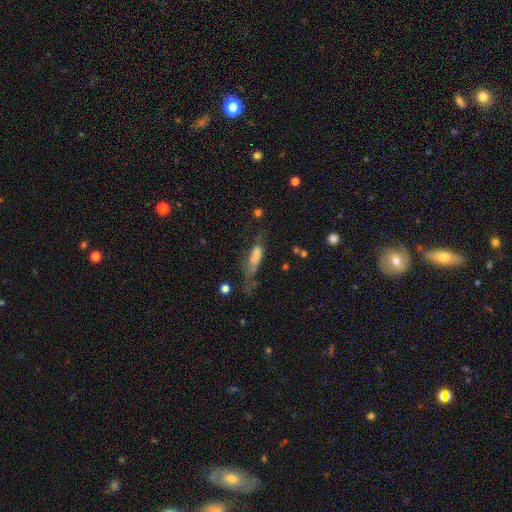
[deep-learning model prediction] The model was most divided on "how rounded": cigar-shaped: 51%, in between: 46%, round: 3%. Remaining: smooth or featured — smooth (61%); merging — major disturbance (41%).